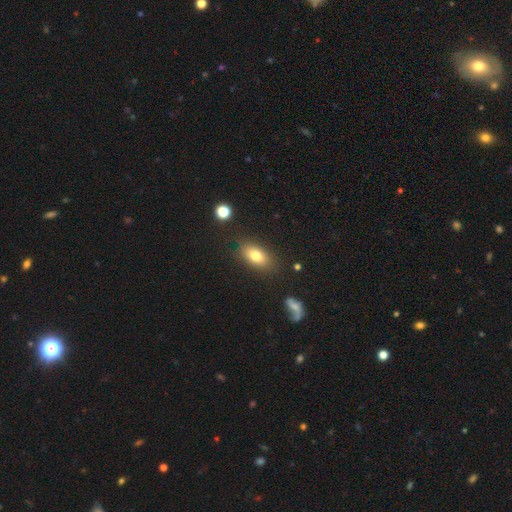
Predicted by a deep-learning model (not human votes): Overall: smooth (78%). How rounded: in between (85%). Merging: none (83%).